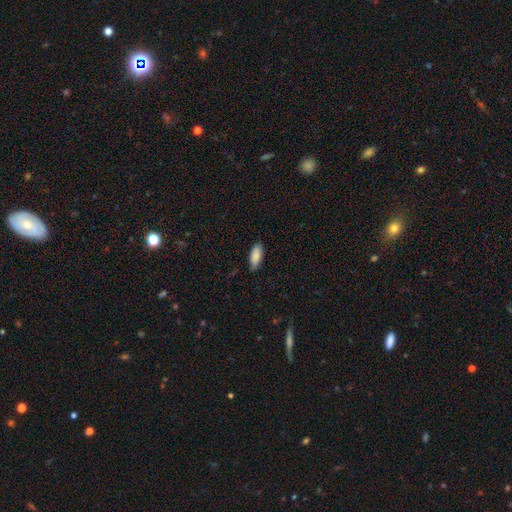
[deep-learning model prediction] smooth 87%, featured or disk 7%, star or artifact 6%. Down the decision tree: how rounded — in between (85%); merging — none (80%).